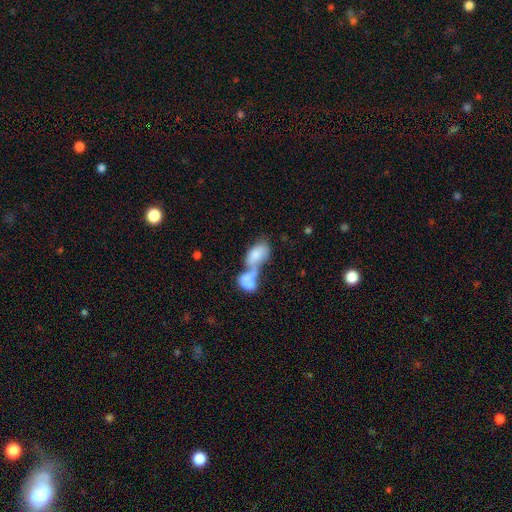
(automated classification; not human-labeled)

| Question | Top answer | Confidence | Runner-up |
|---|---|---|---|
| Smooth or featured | smooth | 68% | featured or disk (24%) |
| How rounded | in between | 86% | round (8%) |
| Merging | merger | 79% | none (10%) |